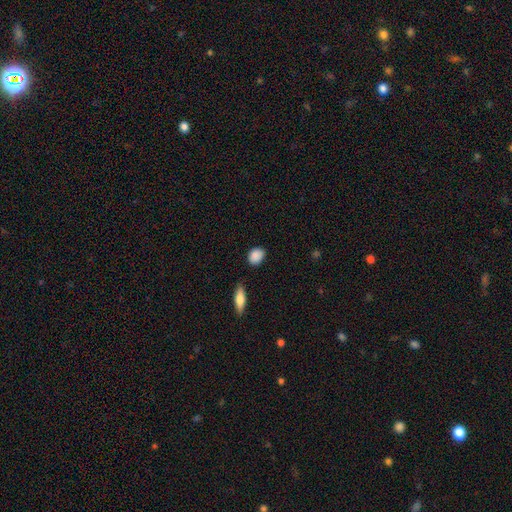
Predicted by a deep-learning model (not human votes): The model was most divided on "how rounded": in between: 62%, round: 36%, cigar-shaped: 2%. More confident: smooth or featured — smooth (88%); merging — none (83%).